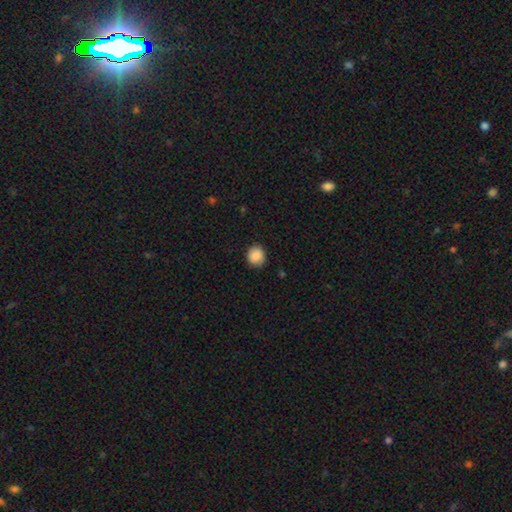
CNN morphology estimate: This is clearly a smooth galaxy (88%). How rounded: clearly round (83%). Merging: clearly none (87%).